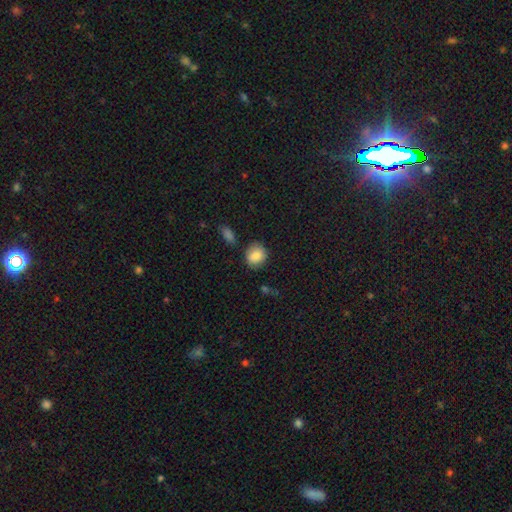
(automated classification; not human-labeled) Morphology: type=smooth (85%); roundness=round (65%); merging=none (77%).